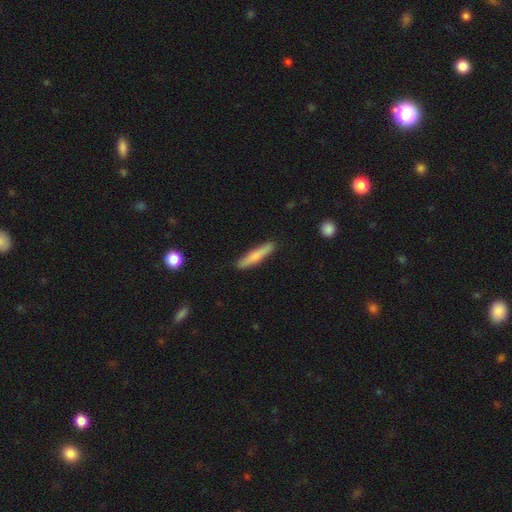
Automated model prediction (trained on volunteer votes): A smooth galaxy with no disk features (68%) that is cigar-shaped (91%). Merging: none (88%).